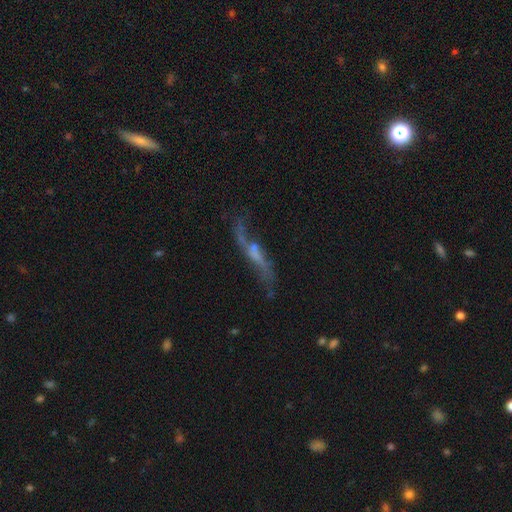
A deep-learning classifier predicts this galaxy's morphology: The model was most divided on "edge-on disk": no: 58%, yes: 42%. More confident: smooth or featured — featured or disk (69%); merging — none (52%).